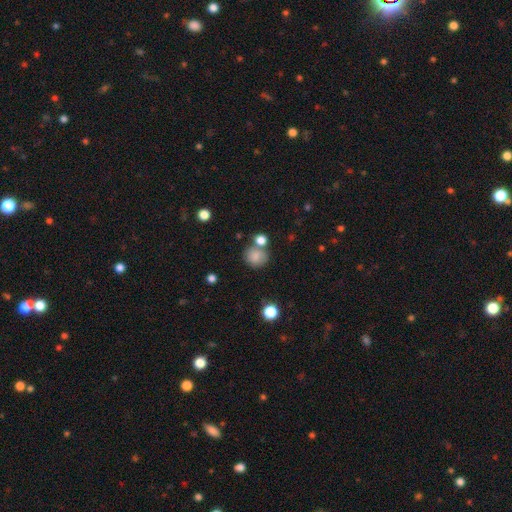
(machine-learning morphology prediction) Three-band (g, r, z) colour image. It shows a smooth galaxy with no disk features (82%) that is round (84%). Merging: none (63%).